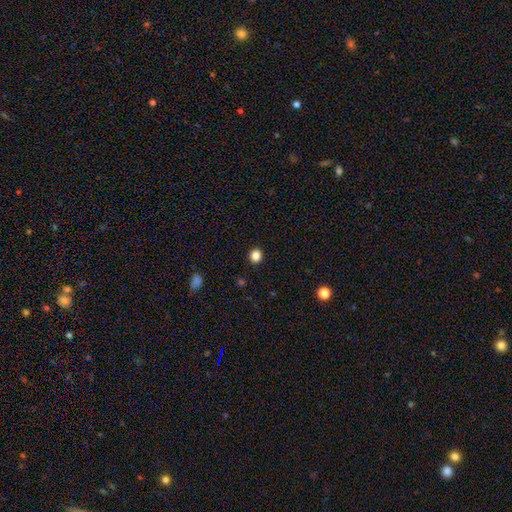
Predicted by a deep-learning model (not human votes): Q: Smooth or featured?
A: smooth (85%); runner-up: star or artifact (12%)
Q: How rounded?
A: round (84%); runner-up: in between (15%)
Q: Merging?
A: none (92%); runner-up: minor disturbance (5%)